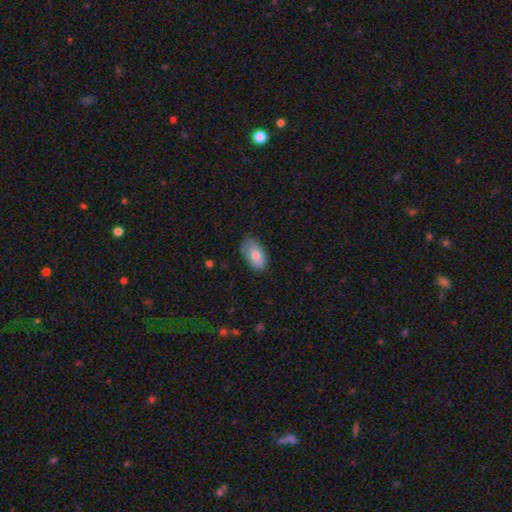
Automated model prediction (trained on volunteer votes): Morphology: type=smooth (77%); roundness=in between (93%); merging=none (68%).